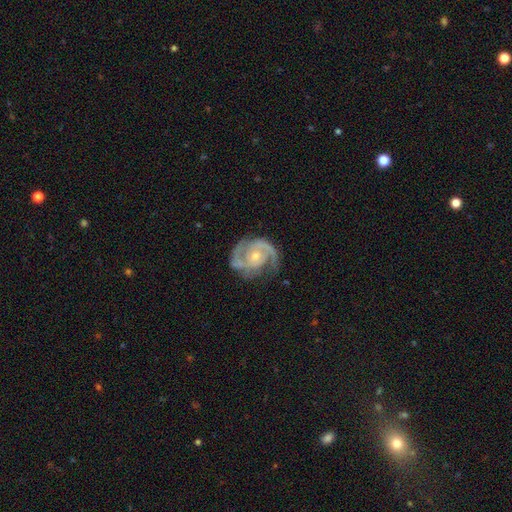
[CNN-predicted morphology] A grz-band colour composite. It shows a featured or disk galaxy (90%) with no bar (67%), 2 (80%) medium (48%) spiral arms (97%) and a small central bulge (53%). Merging: none (69%).